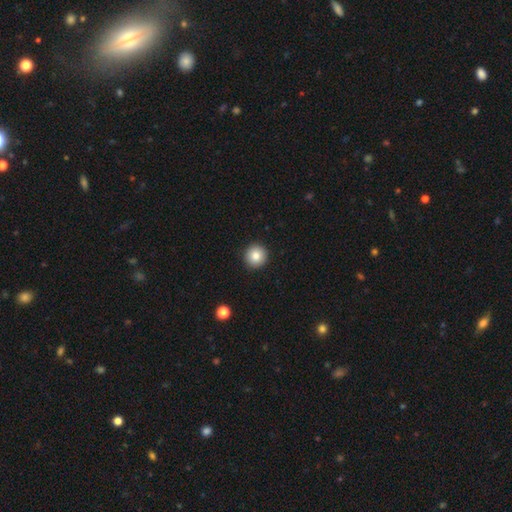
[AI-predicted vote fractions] A smooth galaxy with no disk features (84%) that is round (95%).

Vote fractions:
- Smooth or featured? smooth: 84% / star or artifact: 9% / featured or disk: 7%
- How rounded? round: 95% / in between: 4% / cigar-shaped: 1%
- Merging? none: 93% / minor disturbance: 4% / major disturbance: 1% / merger: 1%